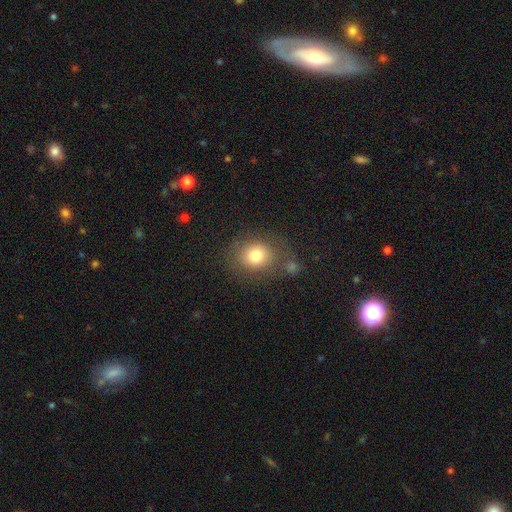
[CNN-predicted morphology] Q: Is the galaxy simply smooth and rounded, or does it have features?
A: smooth — 79%.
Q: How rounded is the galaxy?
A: round — 69%.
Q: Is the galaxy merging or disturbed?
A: none — 67%.